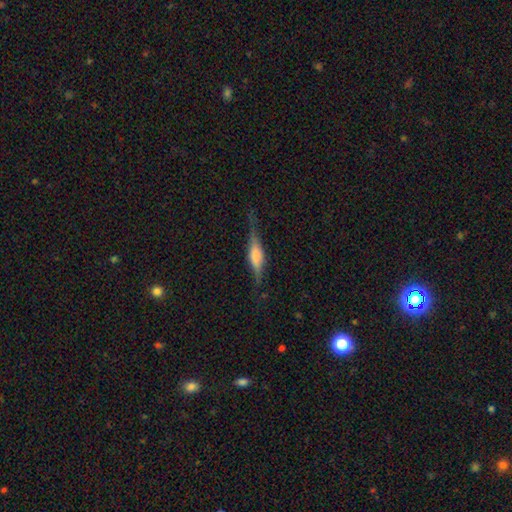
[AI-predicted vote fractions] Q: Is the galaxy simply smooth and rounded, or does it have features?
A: featured or disk — 57%.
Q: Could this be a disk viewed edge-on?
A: yes — 94%.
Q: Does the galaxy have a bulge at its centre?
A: rounded — 61%.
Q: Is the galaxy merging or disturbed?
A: none — 72%.